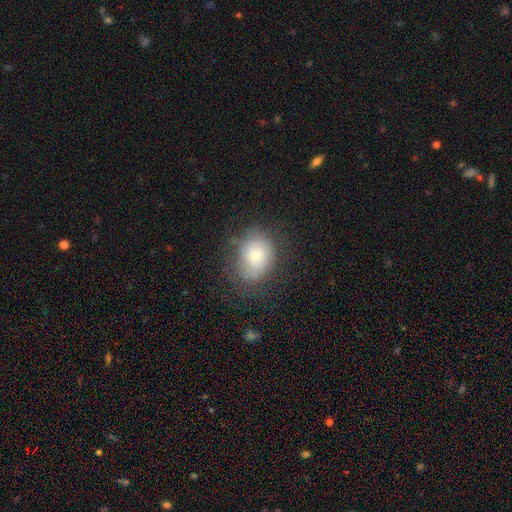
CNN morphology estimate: The model was most divided on "how rounded": round: 57%, in between: 42%, cigar-shaped: 1%. More confident: smooth or featured — smooth (62%); merging — none (62%).